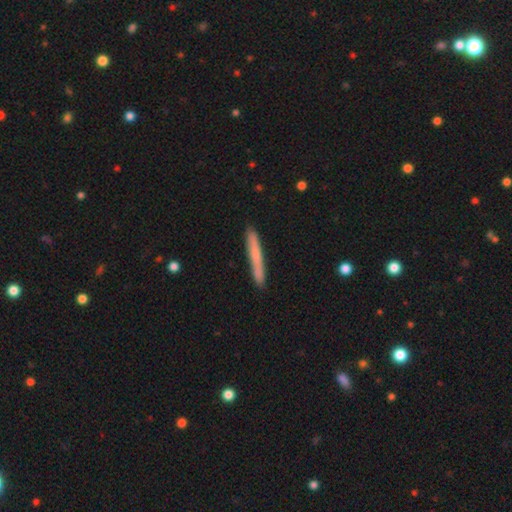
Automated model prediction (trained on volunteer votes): Smooth or featured?
  - smooth: 64% *
  - featured or disk: 30%
  - star or artifact: 6%
How rounded?
  - cigar-shaped: 97% *
  - in between: 2%
  - round: 1%
Merging?
  - none: 90% *
  - minor disturbance: 8%
  - major disturbance: 1%
  - merger: 1%